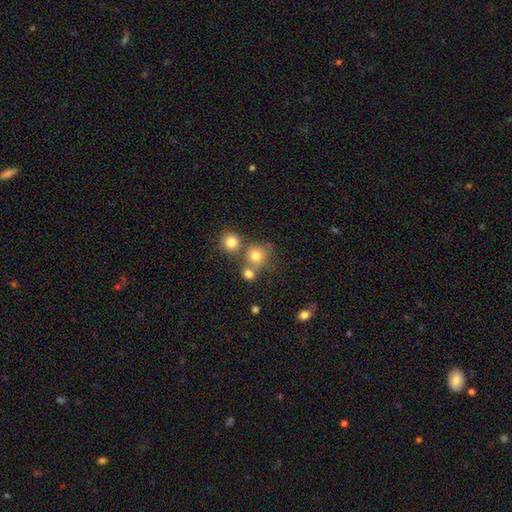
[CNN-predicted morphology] Smooth or featured?
  - smooth: 76% *
  - star or artifact: 14%
  - featured or disk: 10%
How rounded?
  - round: 82% *
  - in between: 17%
  - cigar-shaped: 1%
Merging?
  - none: 53% *
  - merger: 32%
  - minor disturbance: 10%
  - major disturbance: 5%